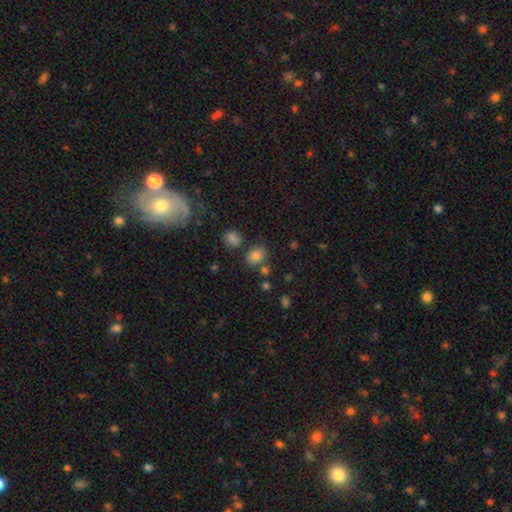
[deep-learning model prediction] Overall: smooth (80%). How rounded: round (50%; in between 49%). Merging: none (69%).